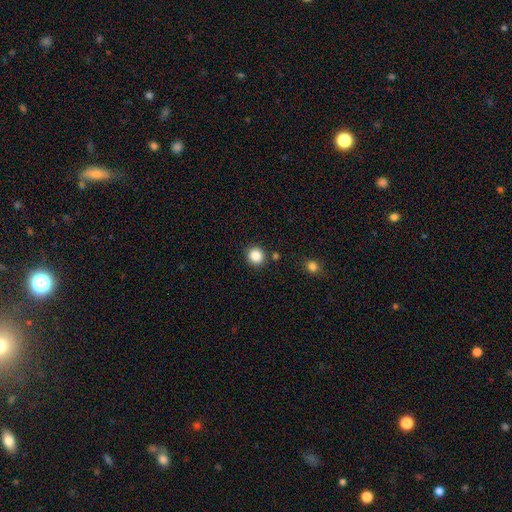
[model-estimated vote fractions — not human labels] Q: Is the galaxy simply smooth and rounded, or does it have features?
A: smooth — 87%.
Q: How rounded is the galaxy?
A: round — 89%.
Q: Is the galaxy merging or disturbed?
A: none — 87%.